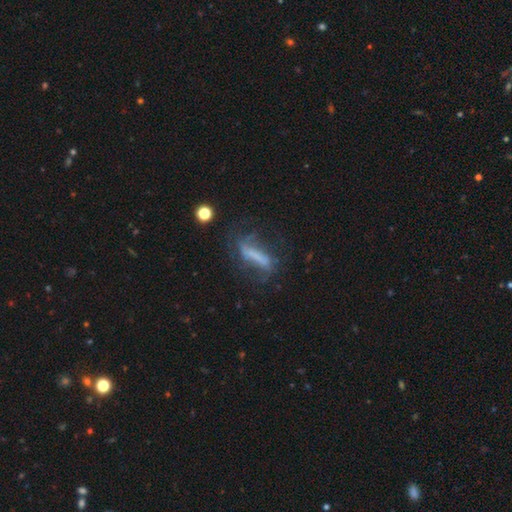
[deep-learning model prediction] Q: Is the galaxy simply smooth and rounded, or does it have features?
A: featured or disk — 53%.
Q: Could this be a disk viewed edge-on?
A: no — 70%.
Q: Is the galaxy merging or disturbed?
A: none — 47%.